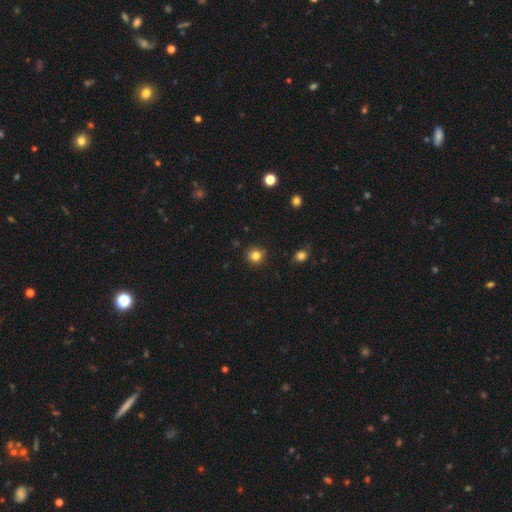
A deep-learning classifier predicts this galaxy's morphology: Smooth or featured?
  - smooth: 81% *
  - star or artifact: 13%
  - featured or disk: 6%
How rounded?
  - round: 88% *
  - in between: 11%
  - cigar-shaped: 1%
Merging?
  - none: 83% *
  - minor disturbance: 11%
  - merger: 3%
  - major disturbance: 3%